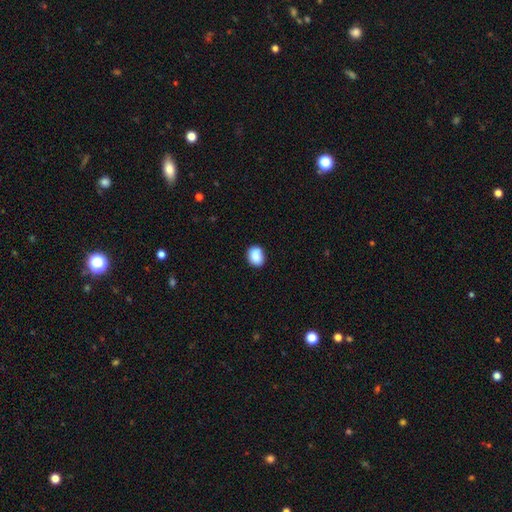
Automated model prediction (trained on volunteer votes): A smooth galaxy with no disk features (87%) that is in between round and cigar-shaped (53%).

Vote fractions:
- Smooth or featured? smooth: 87% / star or artifact: 8% / featured or disk: 5%
- How rounded? in between: 53% / round: 46% / cigar-shaped: 1%
- Merging? none: 83% / minor disturbance: 13% / major disturbance: 2% / merger: 2%